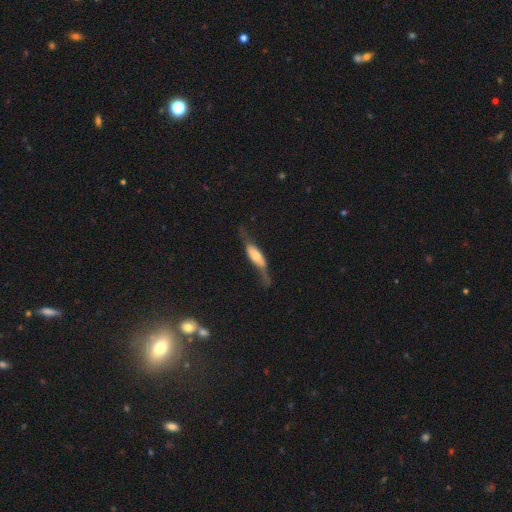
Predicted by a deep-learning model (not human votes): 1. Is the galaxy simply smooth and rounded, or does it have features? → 55% featured or disk, 39% smooth, 6% star or artifact.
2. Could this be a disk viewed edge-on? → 65% yes, 35% no.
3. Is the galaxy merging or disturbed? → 48% none, 26% minor disturbance, 23% major disturbance, 4% merger.